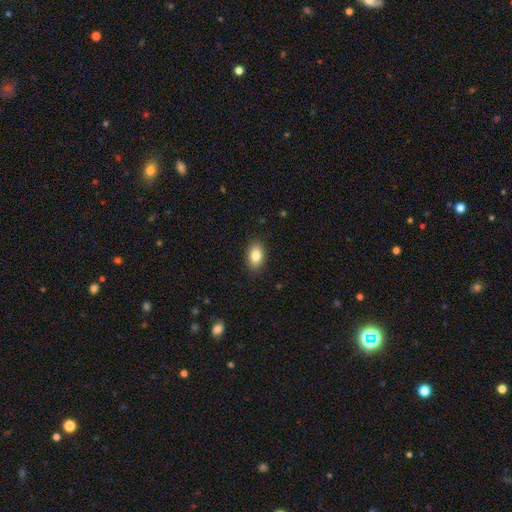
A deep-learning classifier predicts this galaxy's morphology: Smooth or featured?
  - smooth: 84% *
  - featured or disk: 8%
  - star or artifact: 8%
How rounded?
  - in between: 89% *
  - round: 10%
  - cigar-shaped: 2%
Merging?
  - none: 88% *
  - minor disturbance: 9%
  - major disturbance: 2%
  - merger: 1%